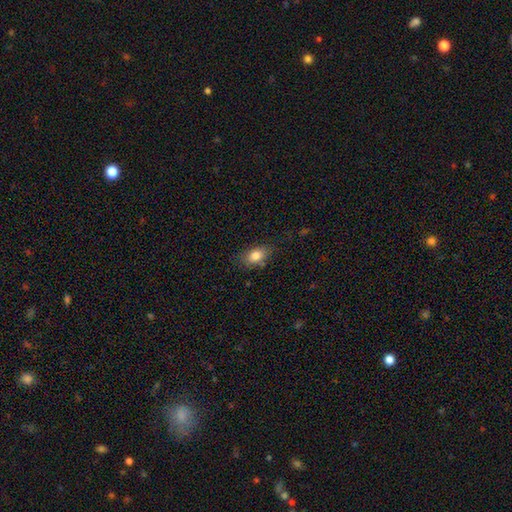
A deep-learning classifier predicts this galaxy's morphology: smooth 81%, featured or disk 10%, star or artifact 9%. Down the decision tree: how rounded — in between (83%); merging — none (75%).